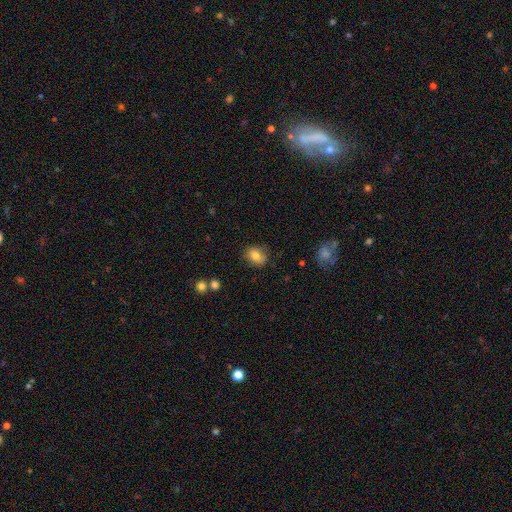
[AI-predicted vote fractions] Smooth or featured?
  - smooth: 79% *
  - featured or disk: 12%
  - star or artifact: 10%
How rounded?
  - round: 55% *
  - in between: 44%
  - cigar-shaped: 1%
Merging?
  - none: 80% *
  - minor disturbance: 15%
  - major disturbance: 3%
  - merger: 2%